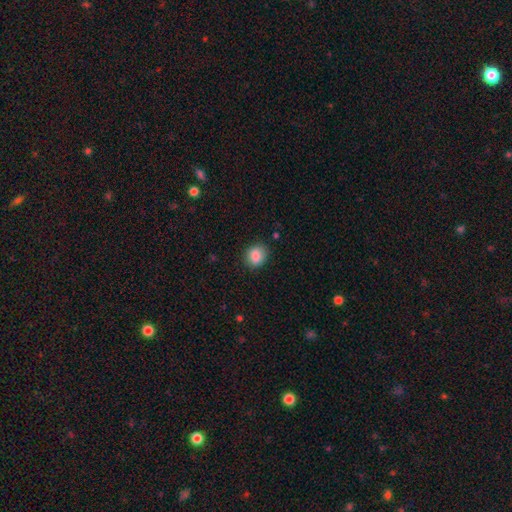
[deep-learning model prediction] smooth_or_featured: smooth (p=0.87) [alt: star or artifact p=0.09]
how_rounded: round (p=0.65) [alt: in between p=0.34]
merging: none (p=0.82) [alt: minor disturbance p=0.14]